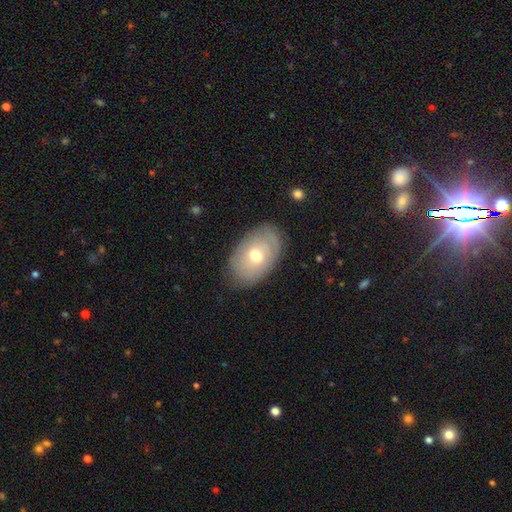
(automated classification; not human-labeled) Smooth or featured: smooth — 55% (featured or disk — 38%)
How rounded: in between — 87% (round — 12%)
Merging: none — 79% (minor disturbance — 15%)